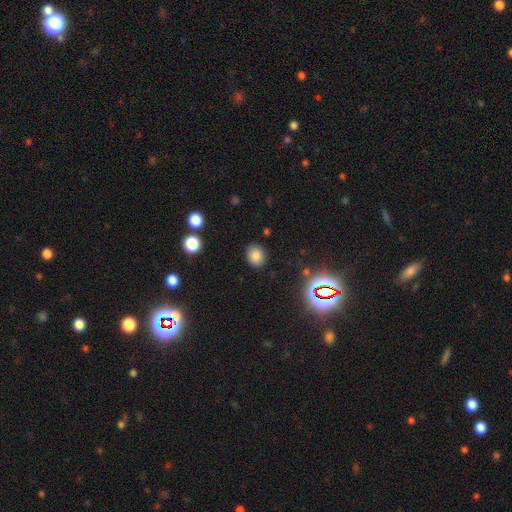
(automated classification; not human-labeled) smooth-or-featured: smooth: 81% | star or artifact: 13% | featured or disk: 6%
  how-rounded: round: 66% | in between: 33% | cigar-shaped: 1%
  merging: none: 88% | minor disturbance: 8% | major disturbance: 2% | merger: 2%